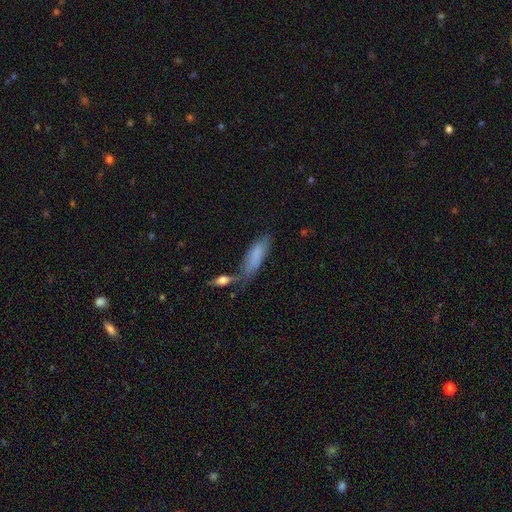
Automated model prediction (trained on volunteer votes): Morphology: type=smooth (78%); roundness=in between (53%); merging=none (47%).